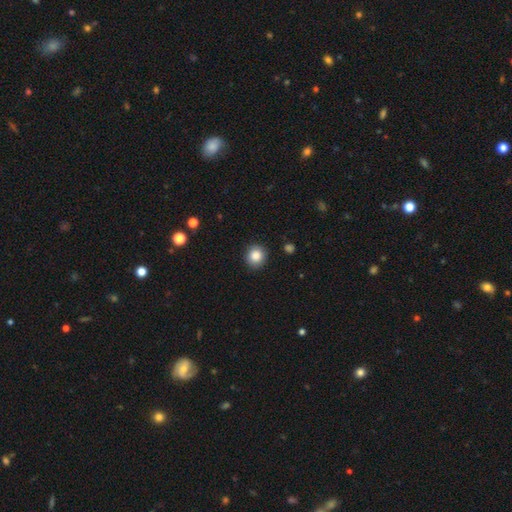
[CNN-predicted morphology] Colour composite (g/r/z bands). It shows a smooth galaxy with no disk features (86%) that is round (89%). Merging: none (90%).